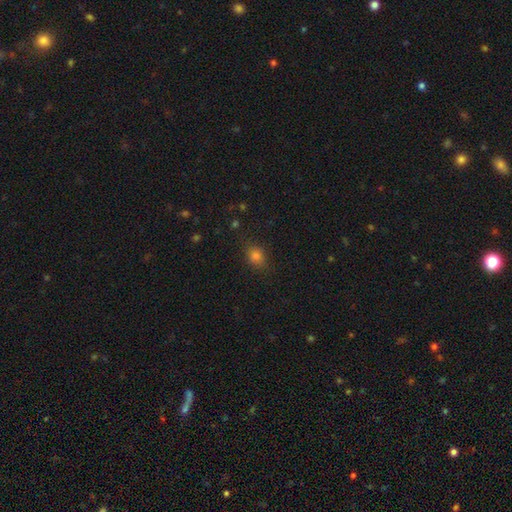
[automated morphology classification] type=smooth (78%); roundness=round (49%, tied with in between); merging=none (80%).